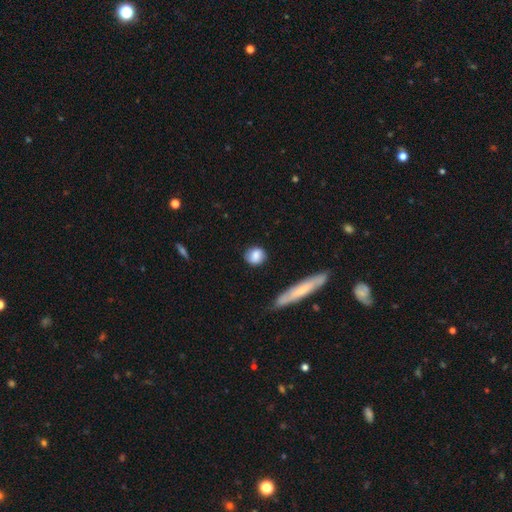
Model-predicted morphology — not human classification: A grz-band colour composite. It shows a smooth galaxy with no disk features (83%) that is round (70%). Merging: none (81%).